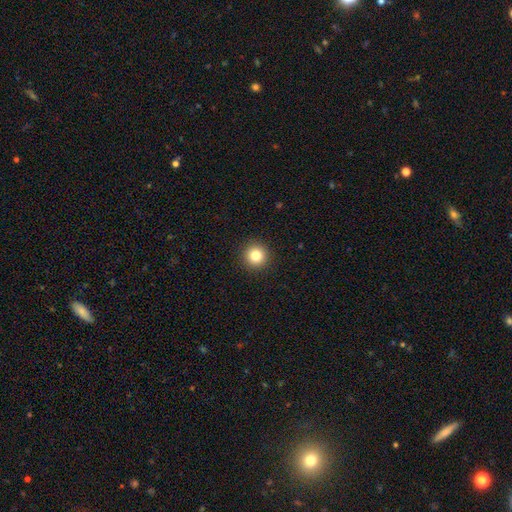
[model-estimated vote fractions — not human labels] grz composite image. It shows a smooth galaxy with no disk features (83%) that is round (95%). Merging: none (93%).